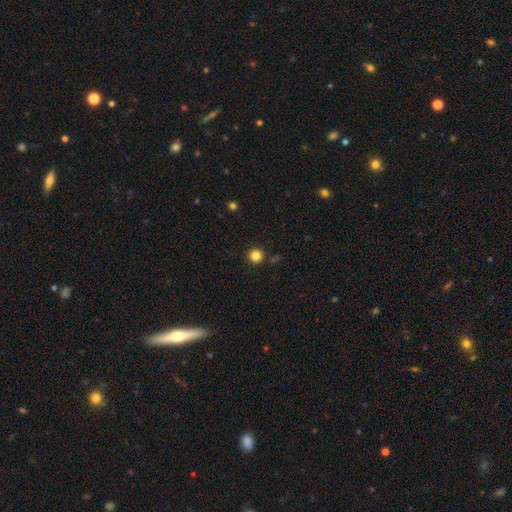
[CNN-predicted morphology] Smooth or featured: smooth — 84% (star or artifact — 12%)
How rounded: round — 96% (in between — 3%)
Merging: none — 91% (minor disturbance — 5%)